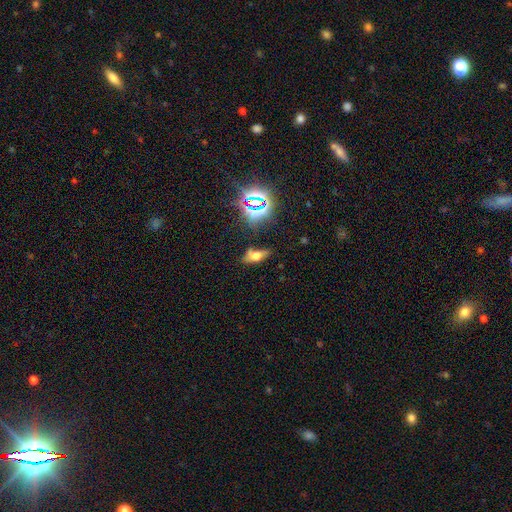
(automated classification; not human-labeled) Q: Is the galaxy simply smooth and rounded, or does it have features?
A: smooth — 48%.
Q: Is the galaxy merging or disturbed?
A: none — 61%.